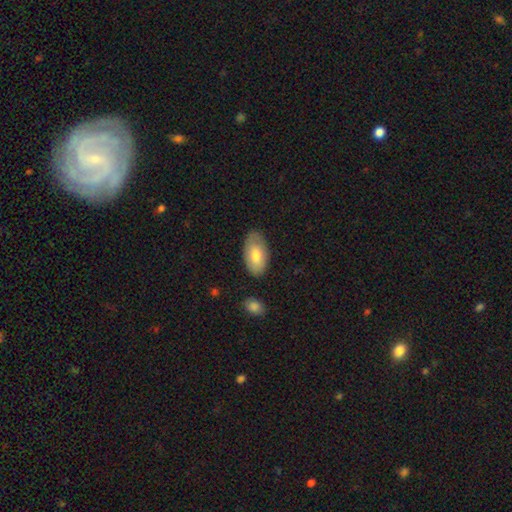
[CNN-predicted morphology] A smooth galaxy with no disk features (74%) that is in between round and cigar-shaped (95%). Merging: none (78%).